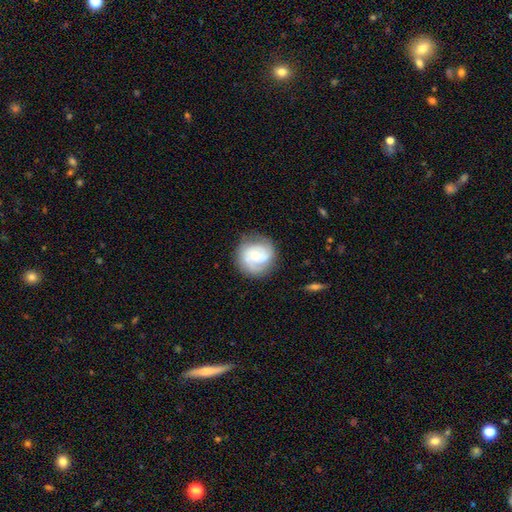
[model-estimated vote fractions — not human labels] smooth-or-featured: featured or disk: 72% | smooth: 22% | star or artifact: 6%
  disk-edge-on: no: 98% | yes: 2%
    bar: no: 70% | weak: 26% | strong: 4%
    has-spiral-arms: yes: 92% | no: 8%
      spiral-winding: tight: 55% | medium: 35% | loose: 10%
      spiral-arm-count: 2: 49% | can't tell: 19% | 3: 18% | 1: 7% | 4: 3% | more than 4: 3%
    bulge-size: small: 52% | moderate: 41% | large: 3% | none: 2% | dominant: 1%
  merging: none: 78% | minor disturbance: 15% | major disturbance: 6% | merger: 1%